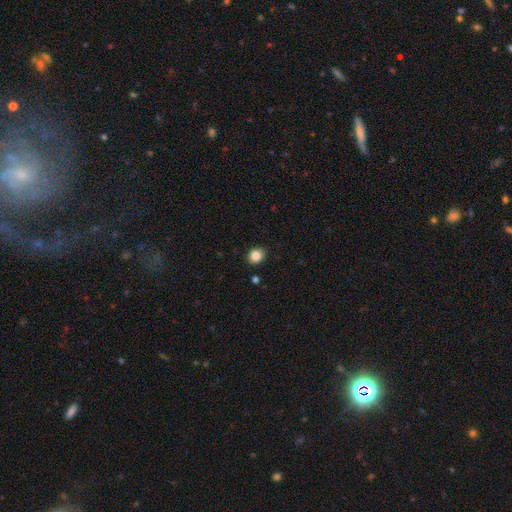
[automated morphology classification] Smooth or featured? Predicted: smooth (p=0.84). How rounded? Predicted: round (p=0.59). Merging? Predicted: none (p=0.88).